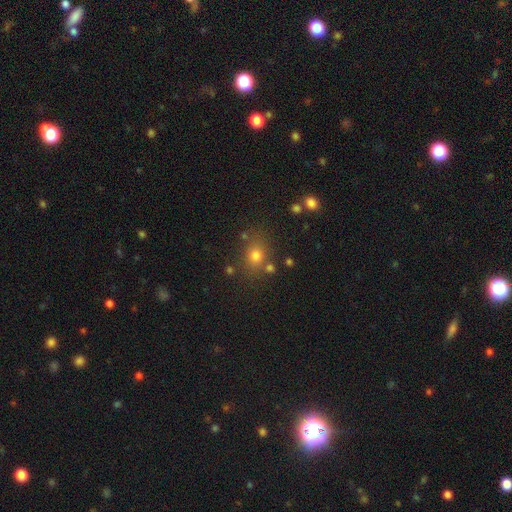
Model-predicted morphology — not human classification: The model was most divided on "how rounded": round: 62%, in between: 37%, cigar-shaped: 1%. More confident: merging — none (75%); smooth or featured — smooth (73%).